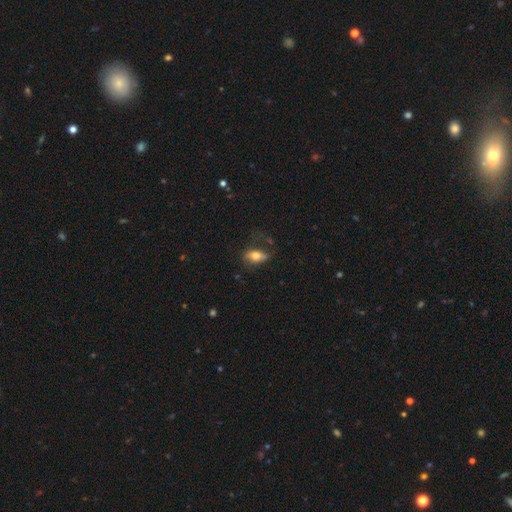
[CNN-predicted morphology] Smooth or featured? smooth (70%)
How rounded? in between (86%)
Merging? none (59%)